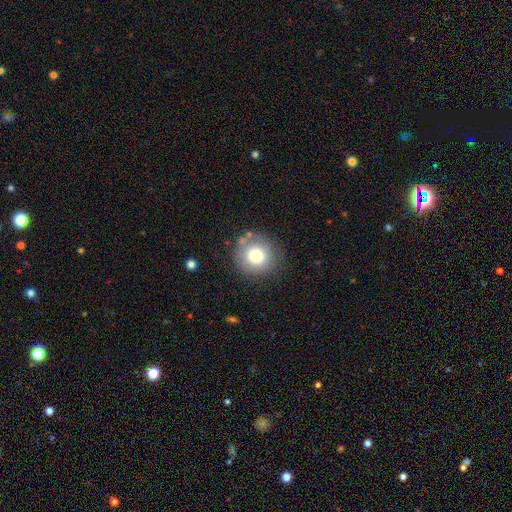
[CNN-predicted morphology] This appears to be a smooth galaxy with no disk features (77%) that is round (92%). Merging: none (79%).